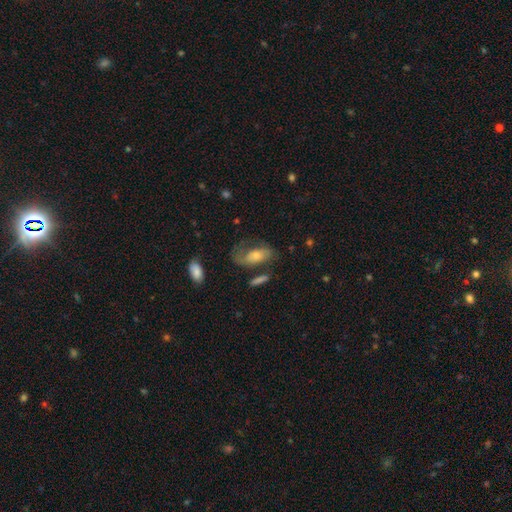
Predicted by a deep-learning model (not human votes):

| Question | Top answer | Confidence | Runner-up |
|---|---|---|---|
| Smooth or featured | featured or disk | 46% | smooth (45%) |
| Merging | none | 42% | major disturbance (29%) |